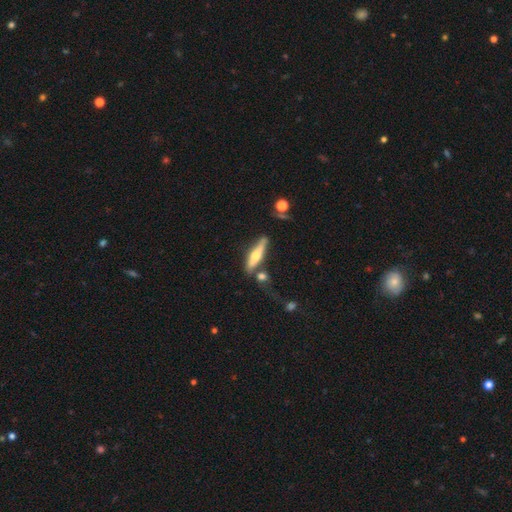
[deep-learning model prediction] A featured or disk galaxy (54%) viewed edge-on (90%). Merging: none (64%).